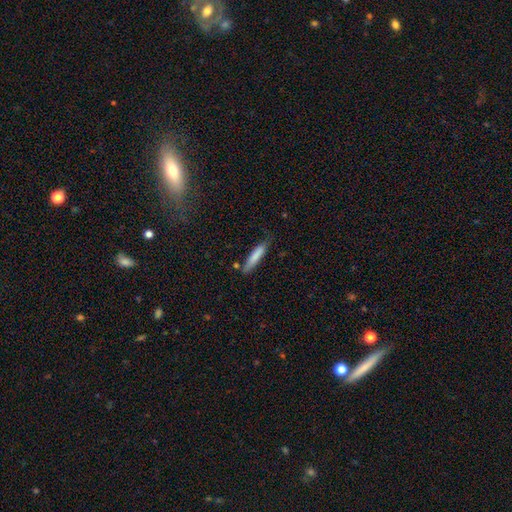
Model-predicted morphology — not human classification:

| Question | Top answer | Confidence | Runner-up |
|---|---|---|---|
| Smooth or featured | smooth | 79% | featured or disk (15%) |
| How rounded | cigar-shaped | 86% | in between (13%) |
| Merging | none | 71% | minor disturbance (20%) |